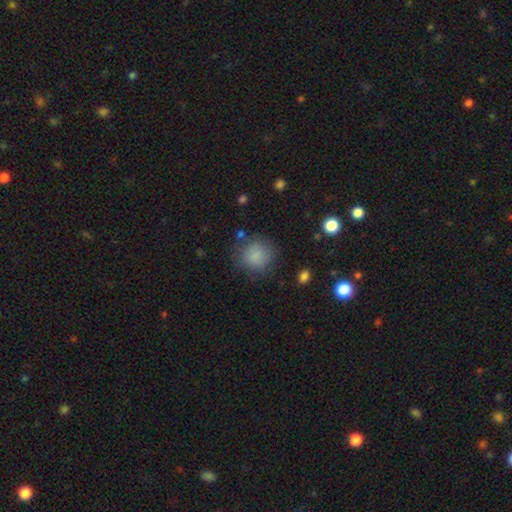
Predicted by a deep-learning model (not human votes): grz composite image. It shows a smooth galaxy with no disk features (84%) that is round (90%). Merging: none (79%).